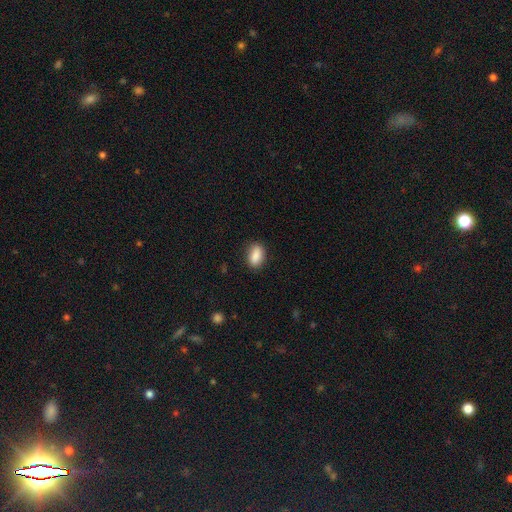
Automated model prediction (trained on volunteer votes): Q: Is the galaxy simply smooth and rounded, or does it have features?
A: smooth — 89%.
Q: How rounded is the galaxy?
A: in between — 88%.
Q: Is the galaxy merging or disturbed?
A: none — 84%.